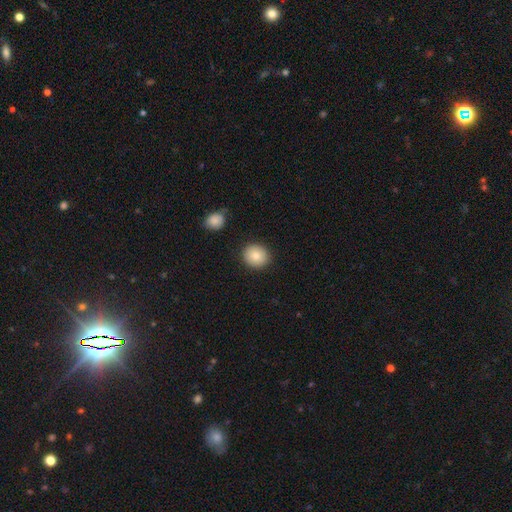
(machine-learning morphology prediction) smooth_or_featured: smooth (p=0.85) [alt: star or artifact p=0.08]
how_rounded: round (p=0.86) [alt: in between p=0.13]
merging: none (p=0.89) [alt: minor disturbance p=0.07]